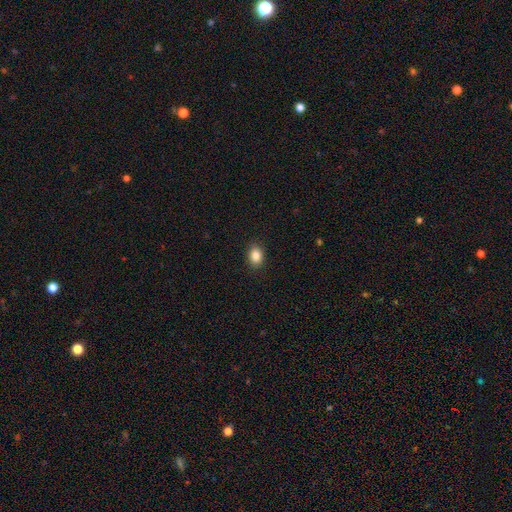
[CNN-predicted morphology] Smooth or featured: smooth — 86% (star or artifact — 9%)
How rounded: in between — 74% (round — 25%)
Merging: none — 89% (minor disturbance — 8%)